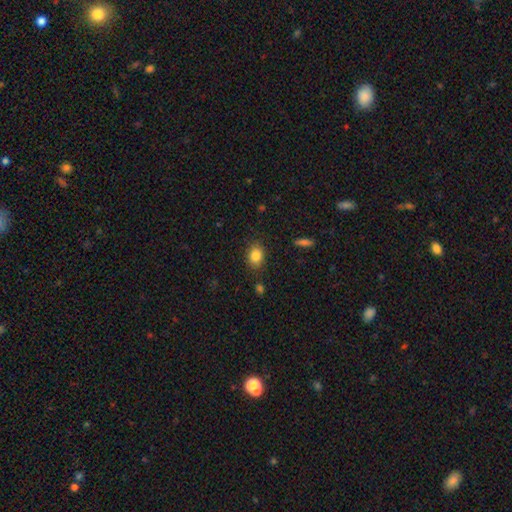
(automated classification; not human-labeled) Q: Smooth or featured?
A: smooth (85%); runner-up: star or artifact (9%)
Q: How rounded?
A: in between (63%); runner-up: round (36%)
Q: Merging?
A: none (84%); runner-up: minor disturbance (11%)